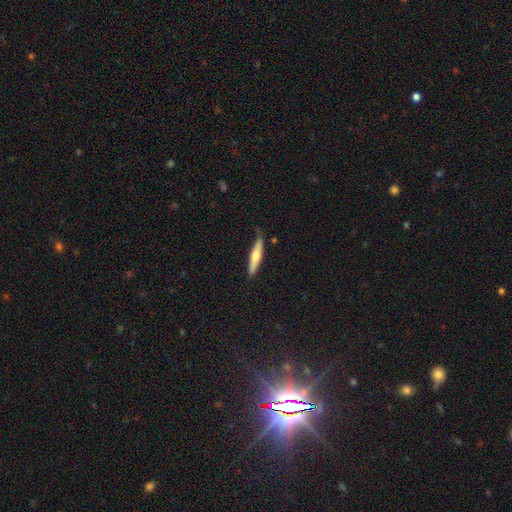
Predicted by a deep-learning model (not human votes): This appears to be a smooth galaxy with no disk features (49%). Merging: none (77%).